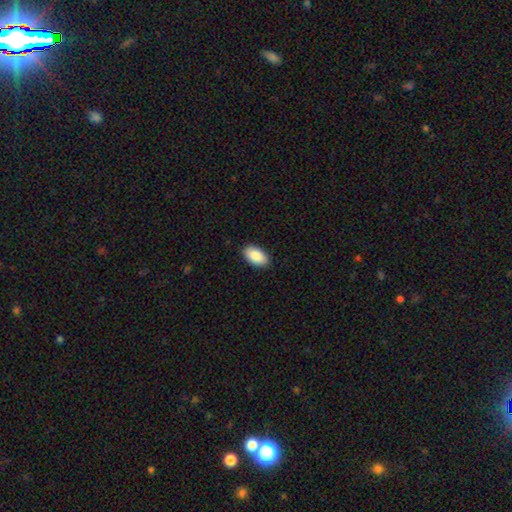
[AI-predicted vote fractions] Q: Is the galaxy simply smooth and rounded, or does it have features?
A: smooth — 89%.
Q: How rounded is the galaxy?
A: in between — 95%.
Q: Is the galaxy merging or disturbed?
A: none — 89%.